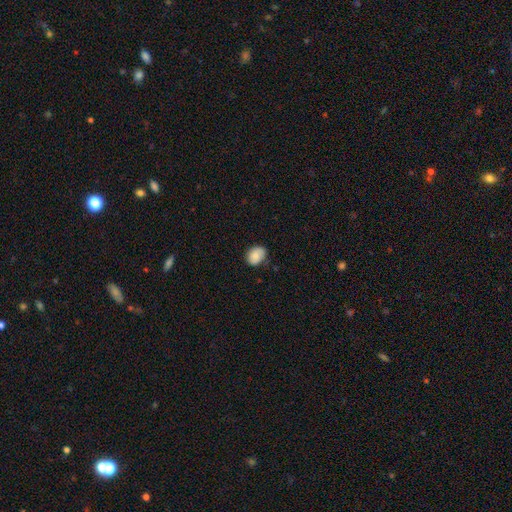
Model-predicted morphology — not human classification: This appears to be a smooth galaxy with no disk features (76%) that is in between round and cigar-shaped (56%). Merging: none (72%).